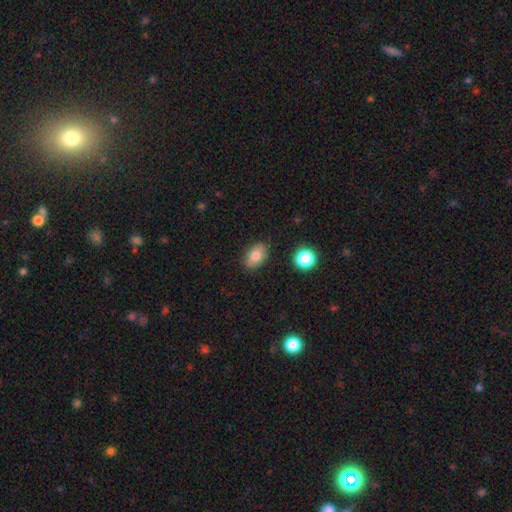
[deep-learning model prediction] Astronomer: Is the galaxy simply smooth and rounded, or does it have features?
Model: smooth — 80%.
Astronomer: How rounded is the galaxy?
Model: in between — 86%.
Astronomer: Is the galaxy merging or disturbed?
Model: none — 85%.